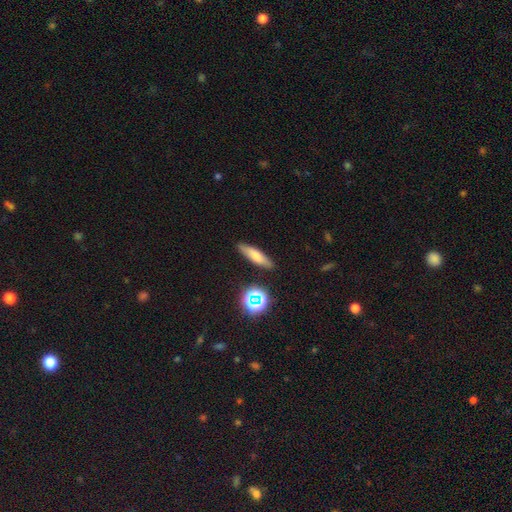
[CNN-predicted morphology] Smooth or featured? Predicted: smooth (p=0.68). How rounded? Predicted: cigar-shaped (p=0.70). Merging? Predicted: none (p=0.86).